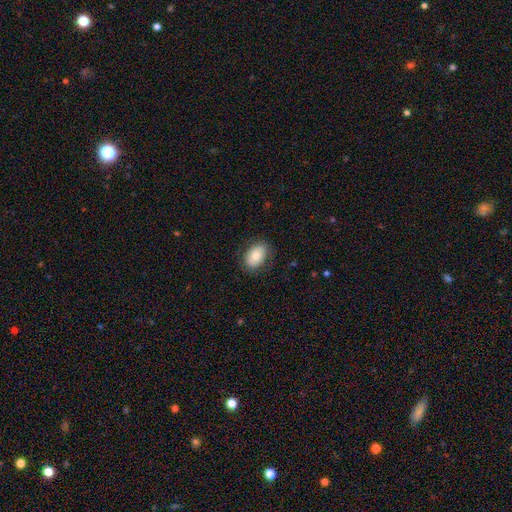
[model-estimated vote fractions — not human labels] A smooth galaxy with no disk features (76%) that is in between round and cigar-shaped (85%).

Vote fractions:
- Smooth or featured? smooth: 76% / featured or disk: 17% / star or artifact: 7%
- How rounded? in between: 85% / round: 14% / cigar-shaped: 1%
- Merging? none: 81% / minor disturbance: 14% / major disturbance: 4% / merger: 1%